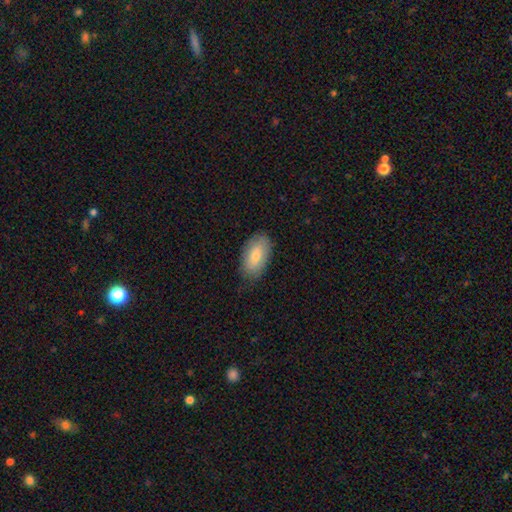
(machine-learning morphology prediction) smooth 76%, featured or disk 18%, star or artifact 6%. Down the decision tree: how rounded — in between (93%); merging — none (81%).